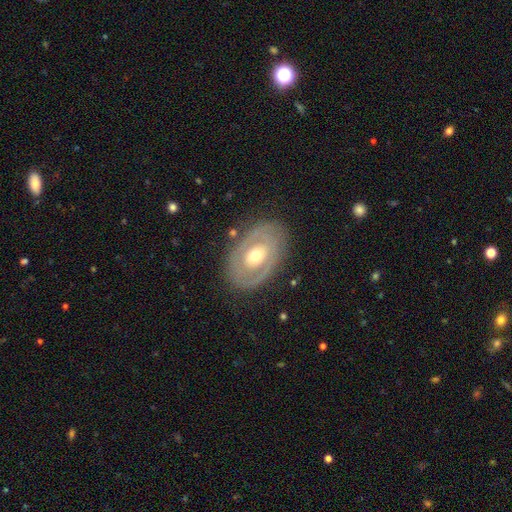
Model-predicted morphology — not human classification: This appears to be a featured or disk galaxy (66%) with no bar (76%), no spiral arms (65%) and a moderate central bulge (68%). Merging: none (80%).